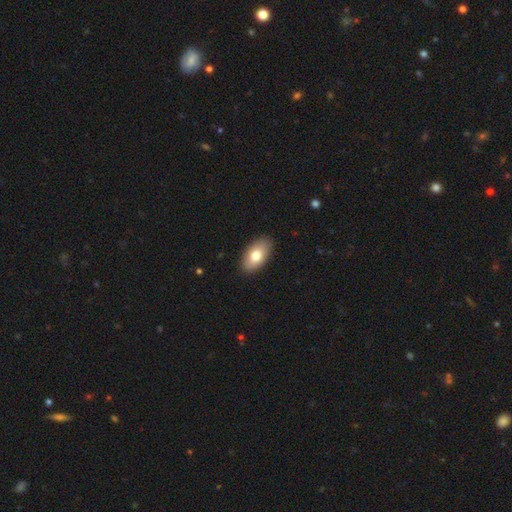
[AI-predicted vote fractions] Morphology: type=smooth (78%); roundness=in between (94%); merging=none (89%).